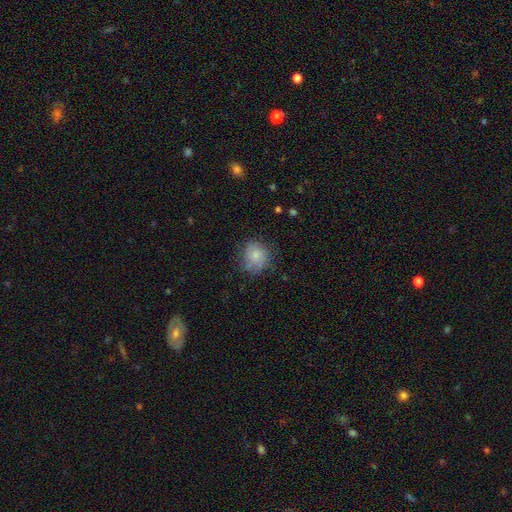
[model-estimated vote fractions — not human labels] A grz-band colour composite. It shows a smooth galaxy with no disk features (71%) that is round (77%). Merging: none (63%).